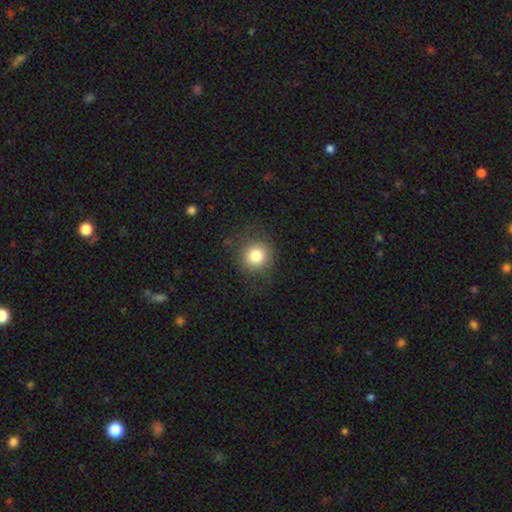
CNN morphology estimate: This is clearly a smooth galaxy (80%). How rounded: clearly round (91%). Merging: clearly none (84%).